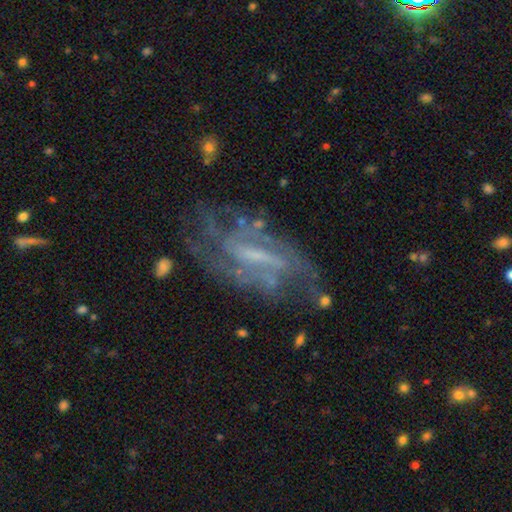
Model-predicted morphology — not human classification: featured or disk 81%, smooth 11%, star or artifact 9%. Down the decision tree: edge-on disk — no (91%); bar — weak (44%); spiral arms — yes (85%); spiral arm count — can't tell (40%); spiral winding — medium (43%); bulge size — none (37%); merging — none (60%).